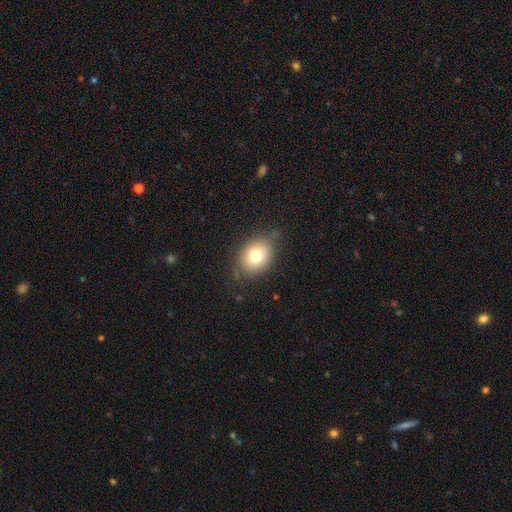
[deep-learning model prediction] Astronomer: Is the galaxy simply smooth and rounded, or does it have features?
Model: smooth — 75%.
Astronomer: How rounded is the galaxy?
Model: in between — 58% (runner-up: round, 41%).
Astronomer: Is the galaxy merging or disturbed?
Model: none — 75%.